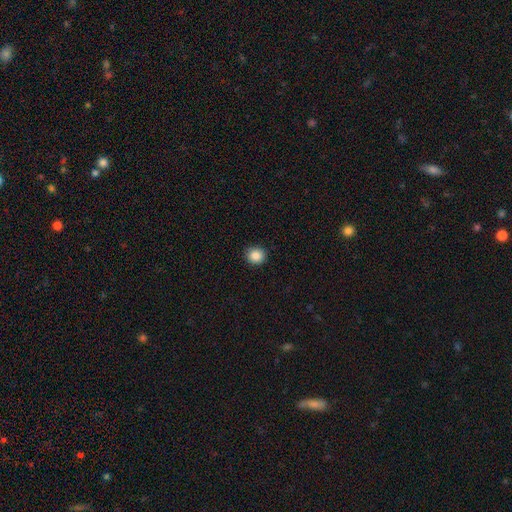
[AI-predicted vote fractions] smooth 87%, star or artifact 10%, featured or disk 3%. Down the decision tree: how rounded — round (87%); merging — none (91%).